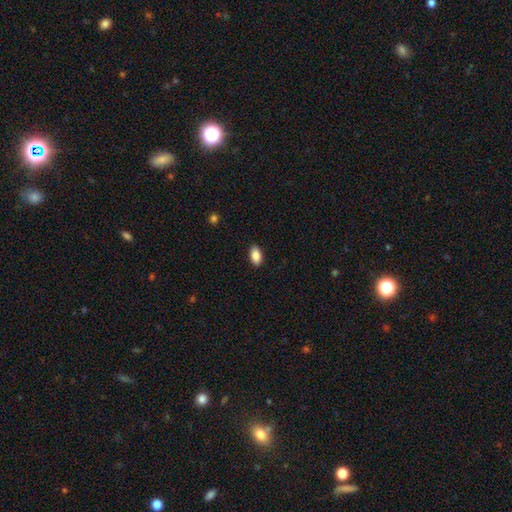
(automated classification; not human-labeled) This is clearly a smooth galaxy (87%). How rounded: clearly in between (92%). Merging: clearly none (89%).